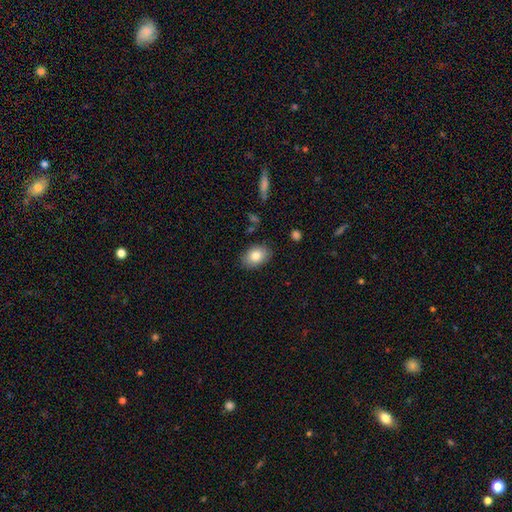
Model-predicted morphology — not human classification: A smooth galaxy with no disk features (82%) that is in between round and cigar-shaped (80%).

Vote fractions:
- Smooth or featured? smooth: 82% / featured or disk: 10% / star or artifact: 8%
- How rounded? in between: 80% / round: 19% / cigar-shaped: 1%
- Merging? none: 85% / minor disturbance: 11% / major disturbance: 3% / merger: 1%